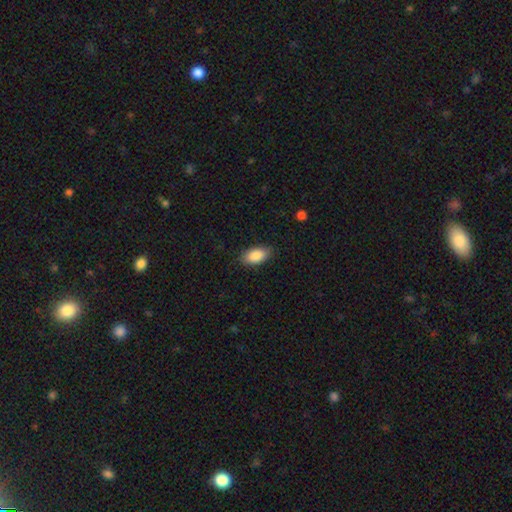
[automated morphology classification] smooth-or-featured: smooth: 88% | star or artifact: 6% | featured or disk: 5%
  how-rounded: in between: 93% | cigar-shaped: 4% | round: 3%
  merging: none: 85% | minor disturbance: 11% | major disturbance: 3% | merger: 1%